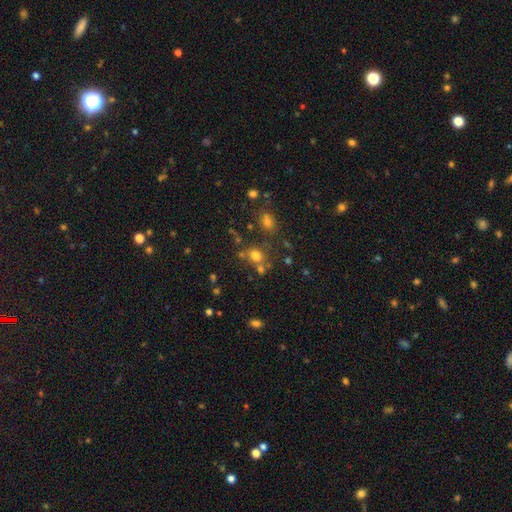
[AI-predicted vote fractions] A smooth galaxy with no disk features (69%) that is round (69%). Merging: none (60%).